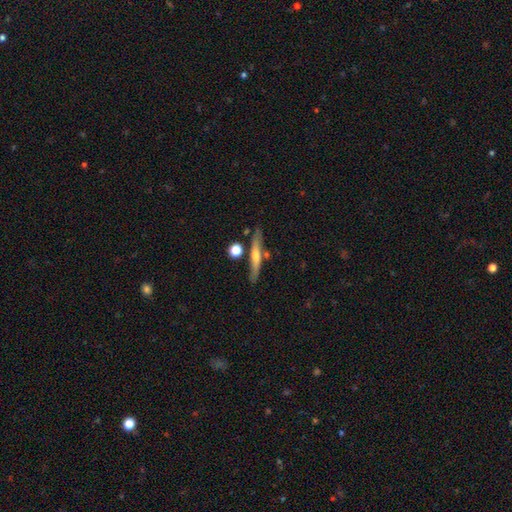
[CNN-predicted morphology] Overall: featured or disk (51%; smooth 43%). Edge-on disk: yes (91%). Merging: none (79%).